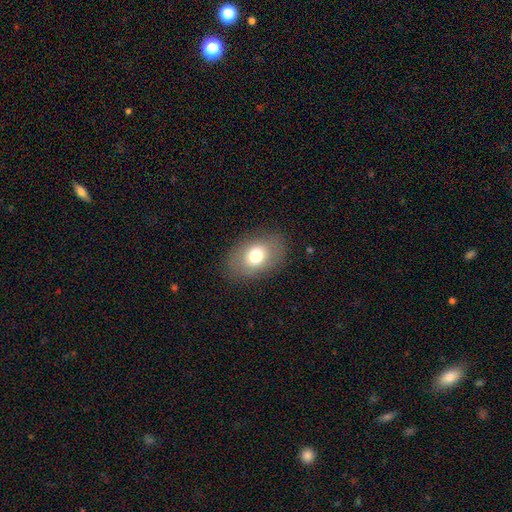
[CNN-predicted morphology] A smooth galaxy with no disk features (73%) that is in between round and cigar-shaped (80%). Merging: none (84%).